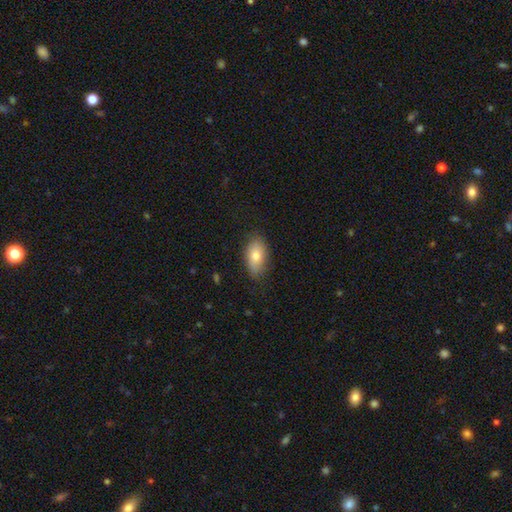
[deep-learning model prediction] smooth 77%, featured or disk 16%, star or artifact 8%. Down the decision tree: how rounded — in between (90%); merging — none (80%).